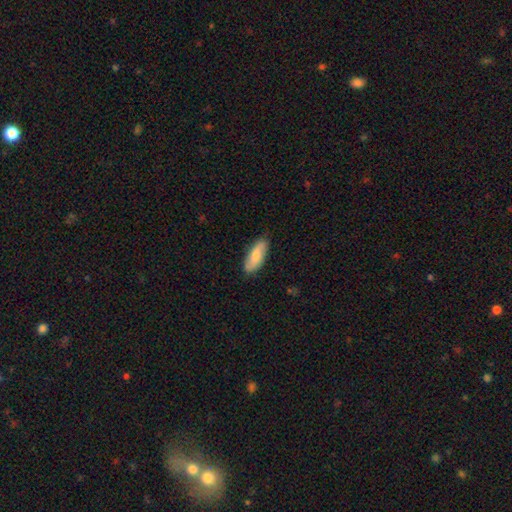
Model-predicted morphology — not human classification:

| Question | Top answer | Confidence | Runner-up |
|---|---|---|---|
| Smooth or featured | smooth | 65% | featured or disk (30%) |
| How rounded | in between | 73% | cigar-shaped (25%) |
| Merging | none | 84% | minor disturbance (13%) |